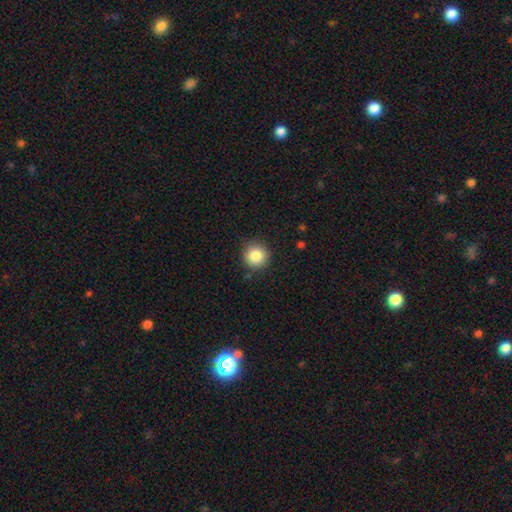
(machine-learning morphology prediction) This appears to be a smooth galaxy with no disk features (84%) that is round (94%). Merging: none (88%).